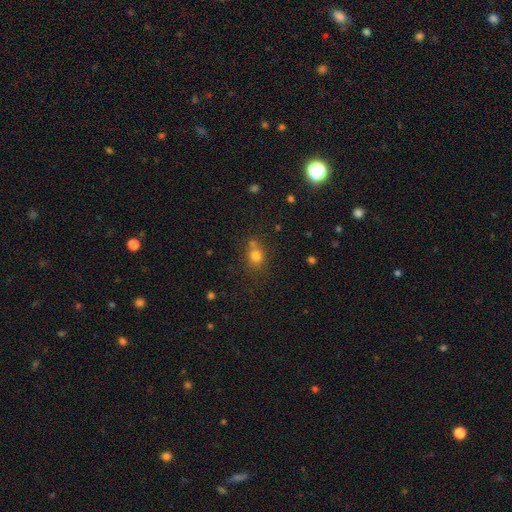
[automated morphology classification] This is likely a smooth galaxy (76%). How rounded: likely round (71%). Merging: likely none (64%).